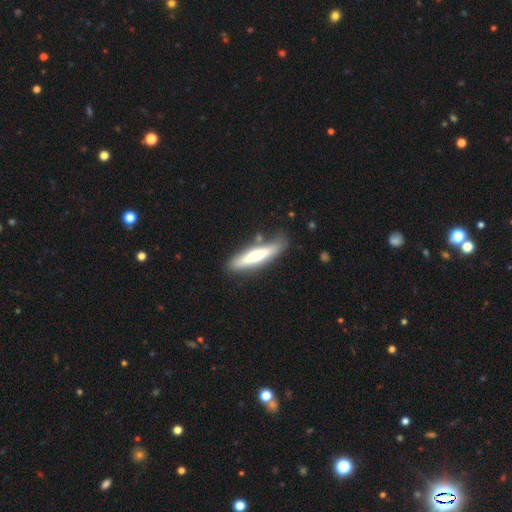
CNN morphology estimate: smooth 50%, featured or disk 45%, star or artifact 5%. Down the decision tree: merging — none (80%).